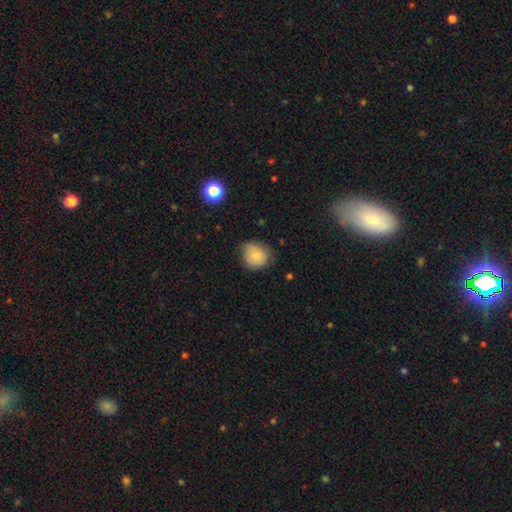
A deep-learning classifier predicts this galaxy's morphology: smooth-or-featured: smooth: 79% | featured or disk: 13% | star or artifact: 8%
  how-rounded: round: 75% | in between: 24% | cigar-shaped: 1%
  merging: none: 65% | minor disturbance: 28% | major disturbance: 6% | merger: 1%